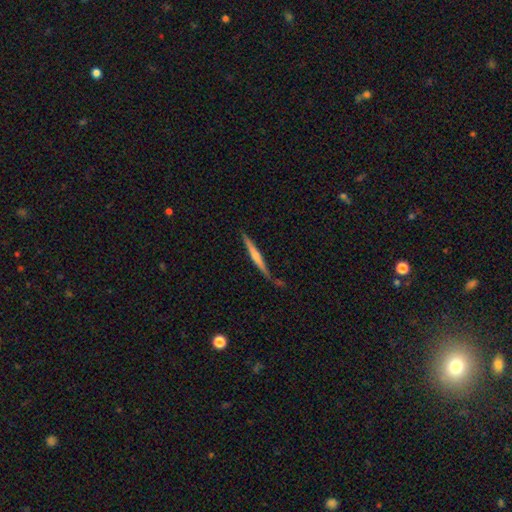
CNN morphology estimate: Smooth or featured? featured or disk (58%)
Edge-on disk? yes (97%)
Edge-on bulge? rounded (63%)
Merging? none (76%)